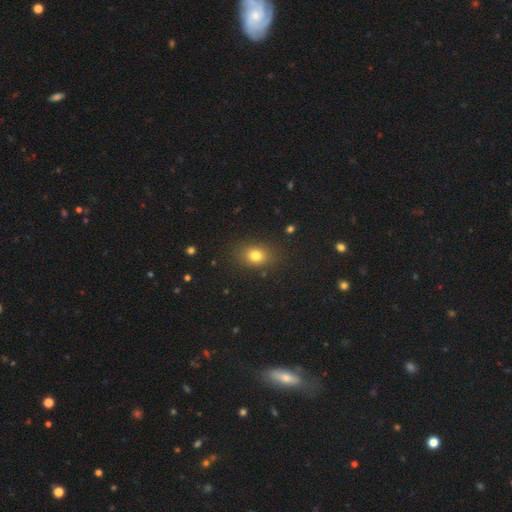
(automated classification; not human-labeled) smooth-or-featured: smooth: 79% | star or artifact: 13% | featured or disk: 8%
  how-rounded: in between: 60% | round: 39% | cigar-shaped: 1%
  merging: none: 85% | minor disturbance: 10% | major disturbance: 4% | merger: 1%